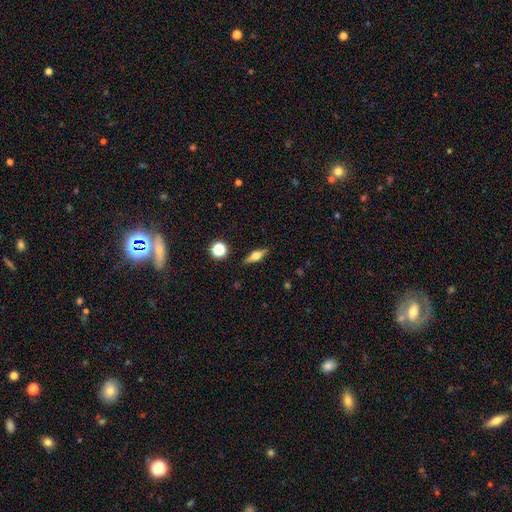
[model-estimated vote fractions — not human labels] Q: Smooth or featured?
A: featured or disk (50%); runner-up: smooth (40%)
Q: Edge-on disk?
A: yes (93%); runner-up: no (7%)
Q: Merging?
A: none (88%); runner-up: minor disturbance (8%)